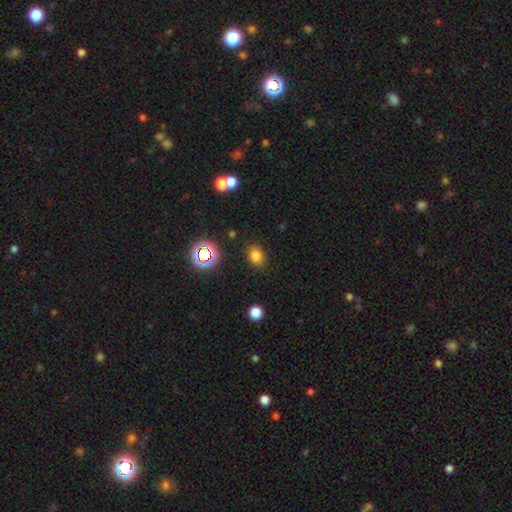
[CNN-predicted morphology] smooth-or-featured: smooth: 77% | star or artifact: 17% | featured or disk: 6%
  how-rounded: in between: 59% | round: 39% | cigar-shaped: 1%
  merging: none: 85% | minor disturbance: 10% | major disturbance: 3% | merger: 2%